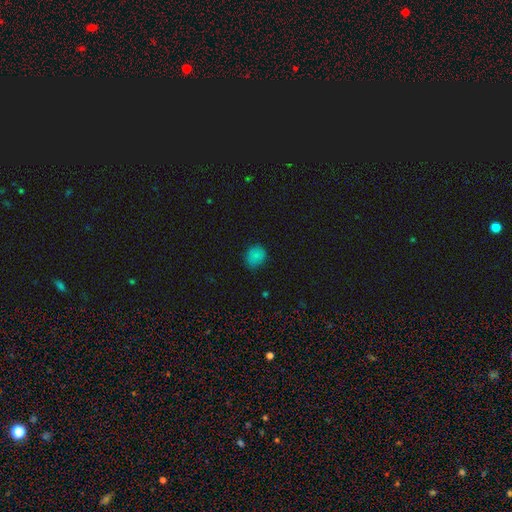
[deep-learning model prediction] This appears to be a smooth galaxy with no disk features (81%) that is round (68%). Merging: none (75%).